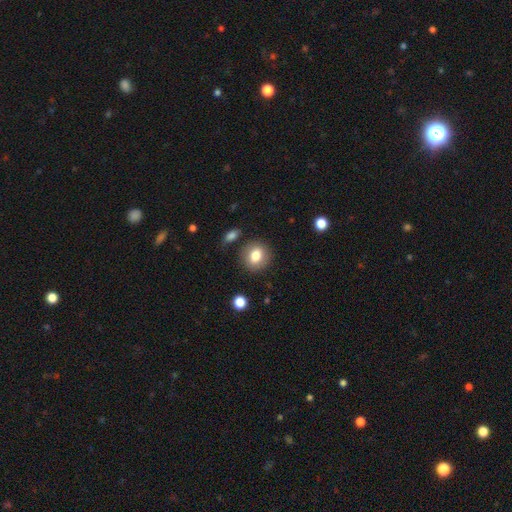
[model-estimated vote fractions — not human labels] Morphology: type=smooth (80%); roundness=round (74%); merging=none (84%).